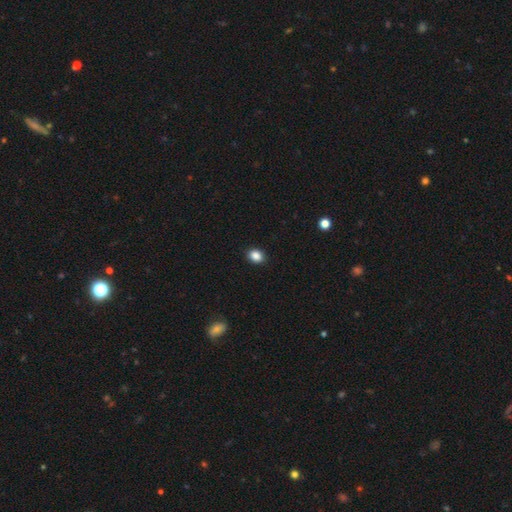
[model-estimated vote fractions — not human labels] Smooth or featured? Predicted: smooth (p=0.87). How rounded? Predicted: in between (p=0.51). Merging? Predicted: none (p=0.90).